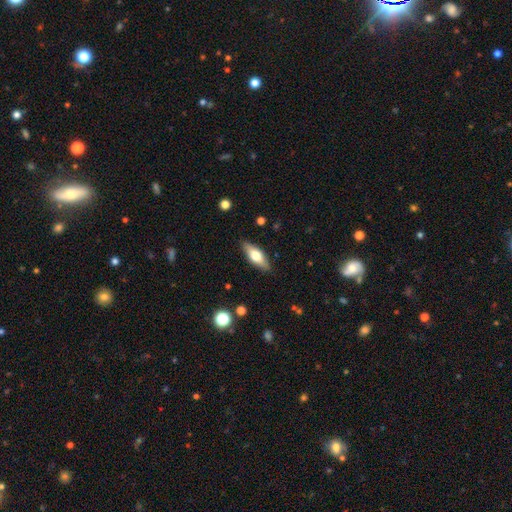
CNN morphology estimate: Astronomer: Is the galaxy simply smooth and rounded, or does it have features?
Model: smooth — 59% (runner-up: featured or disk, 35%).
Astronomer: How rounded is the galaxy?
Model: in between — 69%.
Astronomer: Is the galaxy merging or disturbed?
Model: none — 87%.